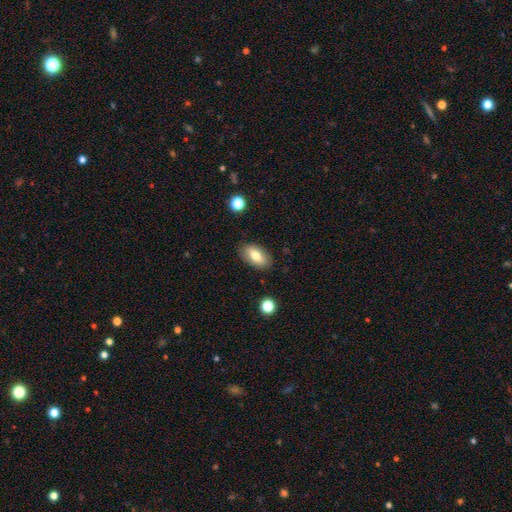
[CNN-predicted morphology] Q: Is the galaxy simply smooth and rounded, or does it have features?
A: smooth — 74%.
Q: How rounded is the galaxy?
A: in between — 90%.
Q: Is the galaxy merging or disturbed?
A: none — 85%.